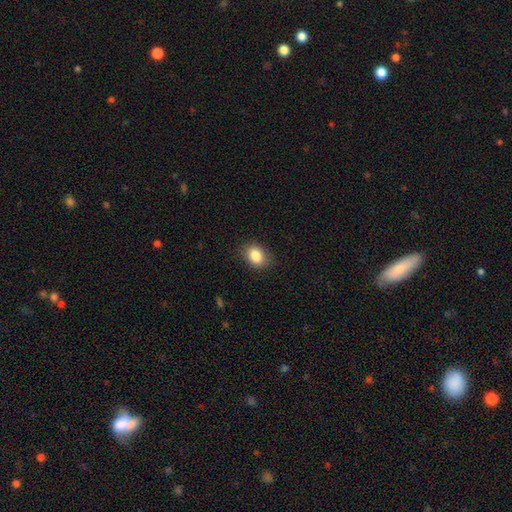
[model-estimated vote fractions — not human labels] This appears to be a smooth galaxy with no disk features (85%) that is in between round and cigar-shaped (62%). Merging: none (84%).